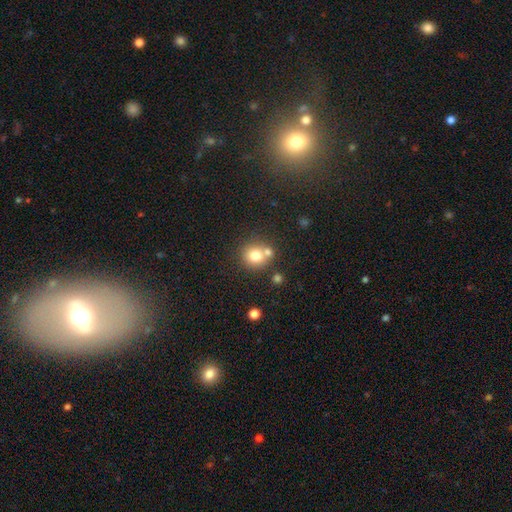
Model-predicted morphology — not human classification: smooth 77%, star or artifact 12%, featured or disk 11%. Down the decision tree: how rounded — round (88%); merging — none (61%).